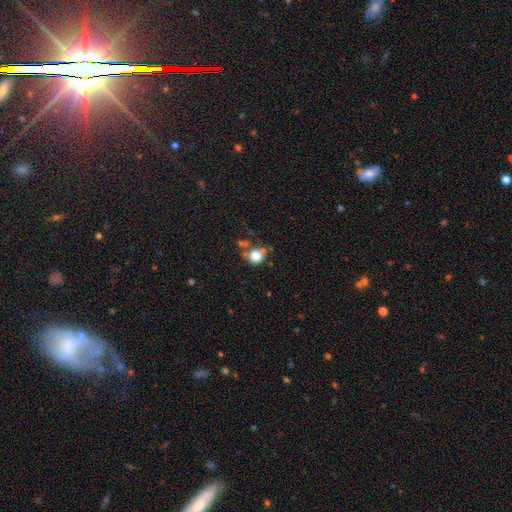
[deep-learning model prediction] The model was most divided on "merging": none: 54%, minor disturbance: 19%, merger: 19%, major disturbance: 8%. More confident: how rounded — round (81%); smooth or featured — smooth (77%).